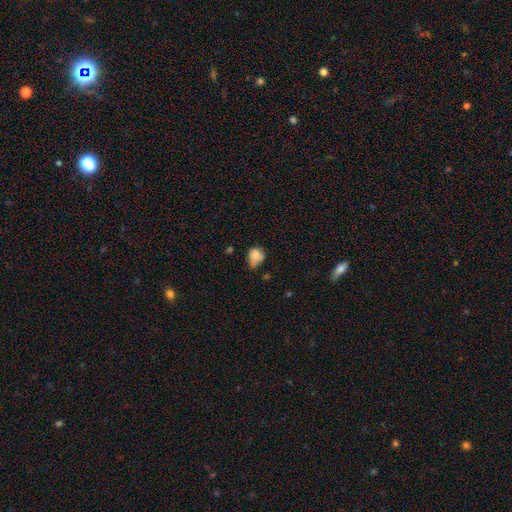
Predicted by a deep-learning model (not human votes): Smooth or featured?
  - smooth: 76% *
  - featured or disk: 14%
  - star or artifact: 10%
How rounded?
  - in between: 50% *
  - round: 49%
  - cigar-shaped: 1%
Merging?
  - minor disturbance: 41% *
  - none: 33%
  - major disturbance: 17%
  - merger: 9%